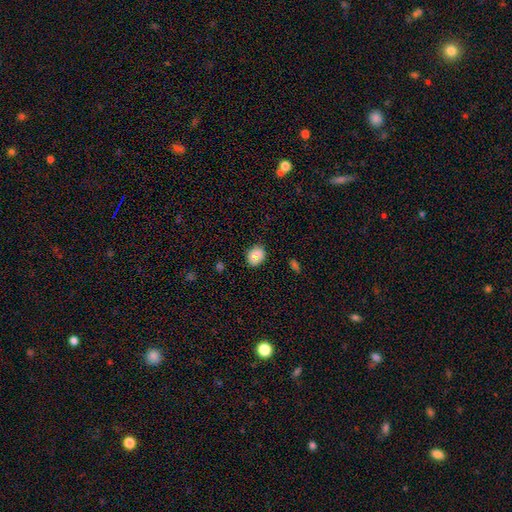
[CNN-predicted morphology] Smooth or featured?
  - smooth: 85% *
  - star or artifact: 8%
  - featured or disk: 7%
How rounded?
  - round: 53% *
  - in between: 46%
  - cigar-shaped: 1%
Merging?
  - none: 86% *
  - minor disturbance: 11%
  - major disturbance: 2%
  - merger: 1%